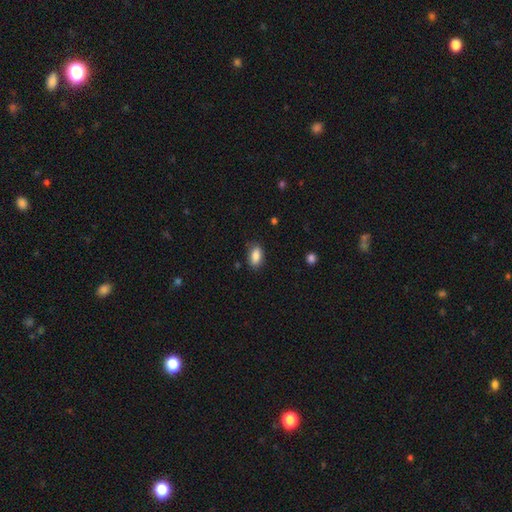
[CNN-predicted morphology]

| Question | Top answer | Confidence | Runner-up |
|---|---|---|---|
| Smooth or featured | smooth | 87% | star or artifact (7%) |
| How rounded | in between | 89% | cigar-shaped (6%) |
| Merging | none | 82% | minor disturbance (14%) |